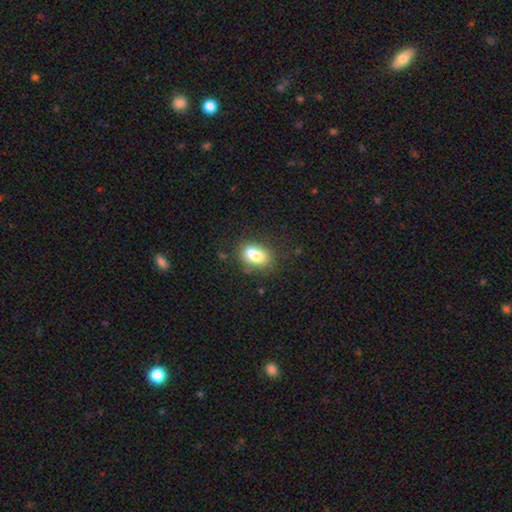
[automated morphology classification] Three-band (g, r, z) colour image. It shows a smooth galaxy with no disk features (70%) that is in between round and cigar-shaped (69%). Merging: merger (43%).